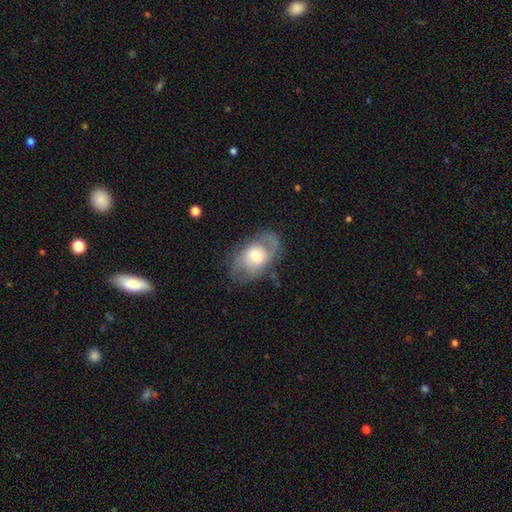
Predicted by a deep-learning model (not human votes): Smooth or featured?
  - featured or disk: 70% *
  - smooth: 23%
  - star or artifact: 7%
Edge-on disk?
  - no: 95% *
  - yes: 5%
Bar?
  - no: 60% *
  - weak: 33%
  - strong: 7%
Spiral arms?
  - yes: 84% *
  - no: 16%
Spiral winding?
  - medium: 46% *
  - tight: 30%
  - loose: 24%
Spiral arm count?
  - 2: 64% *
  - can't tell: 19%
  - 1: 7%
  - 3: 6%
  - 4: 2%
  - more than 4: 2%
Bulge size?
  - moderate: 63% *
  - small: 23%
  - large: 12%
  - dominant: 1%
  - none: 1%
Merging?
  - none: 65% *
  - minor disturbance: 21%
  - major disturbance: 12%
  - merger: 2%